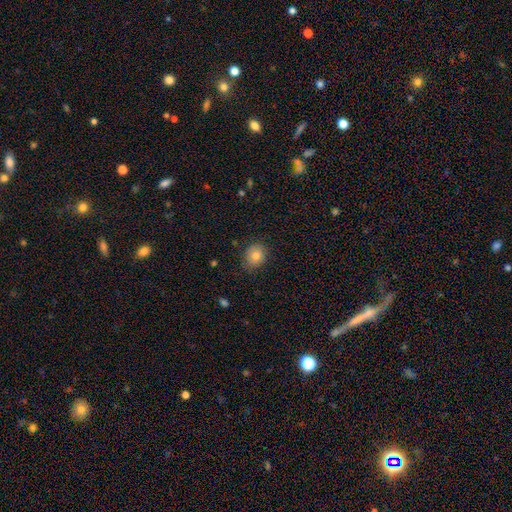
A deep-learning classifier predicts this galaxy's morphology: This is likely a smooth galaxy (78%). How rounded: likely round (64%). Merging: likely none (78%).